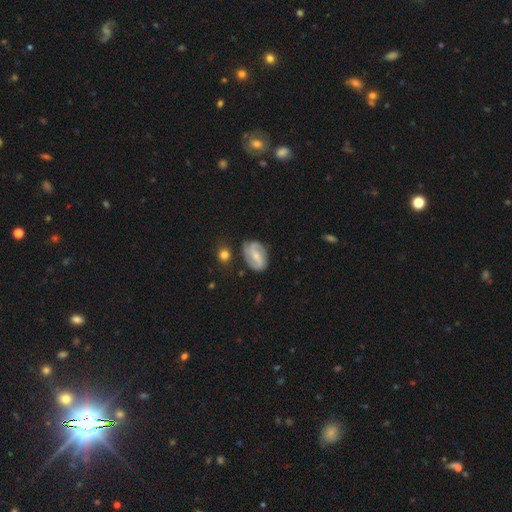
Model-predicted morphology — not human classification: This appears to be a featured or disk galaxy (70%) with a weak bar (46%), 2 (67%) medium (41%) spiral arms (90%) and a small central bulge (54%). Merging: none (68%).